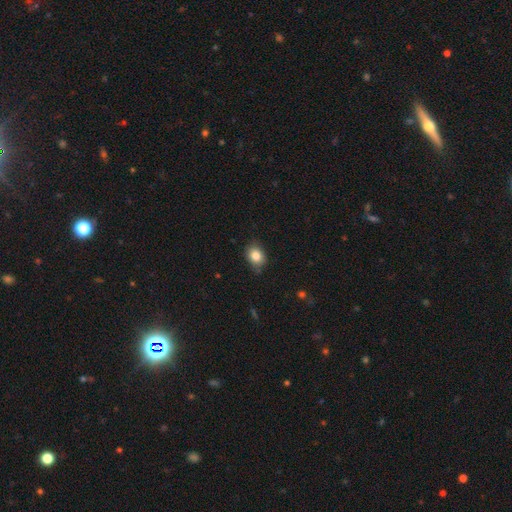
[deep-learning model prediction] Smooth or featured? smooth (84%)
How rounded? in between (60%)
Merging? none (77%)